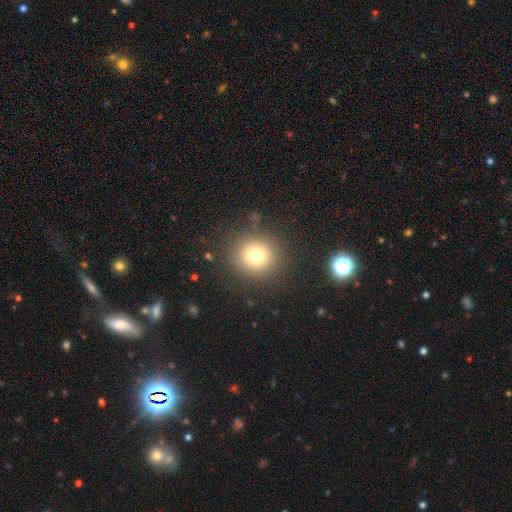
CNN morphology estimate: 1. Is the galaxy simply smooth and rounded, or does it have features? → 75% smooth, 14% star or artifact, 10% featured or disk.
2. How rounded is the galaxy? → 90% round, 9% in between, 1% cigar-shaped.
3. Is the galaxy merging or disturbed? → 86% none, 8% minor disturbance, 4% major disturbance, 2% merger.